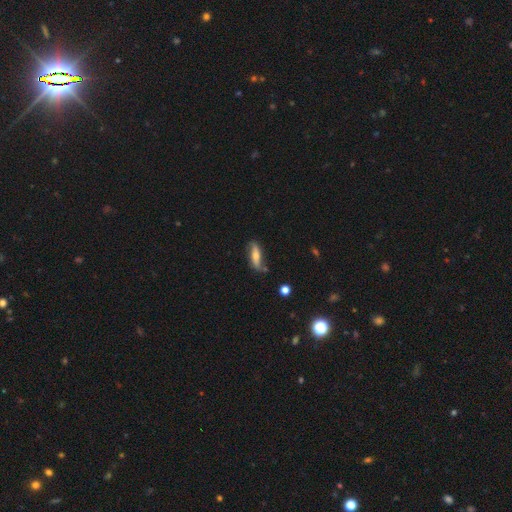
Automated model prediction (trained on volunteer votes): smooth-or-featured: featured or disk: 56% | smooth: 37% | star or artifact: 8%
  disk-edge-on: no: 66% | yes: 34%
  merging: none: 66% | minor disturbance: 23% | major disturbance: 6% | merger: 4%